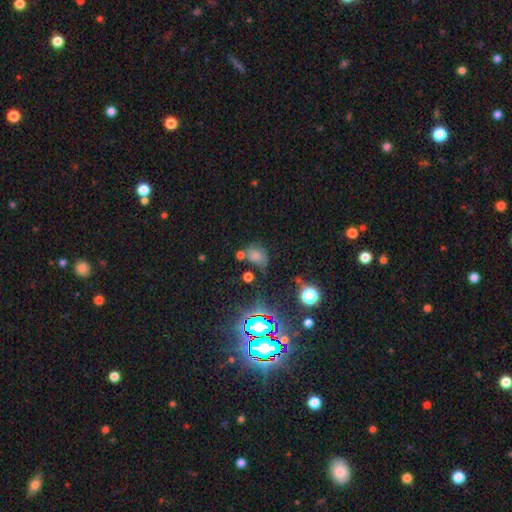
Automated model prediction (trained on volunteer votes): Smooth or featured? smooth (58%)
How rounded? in between (65%)
Merging? none (42%)